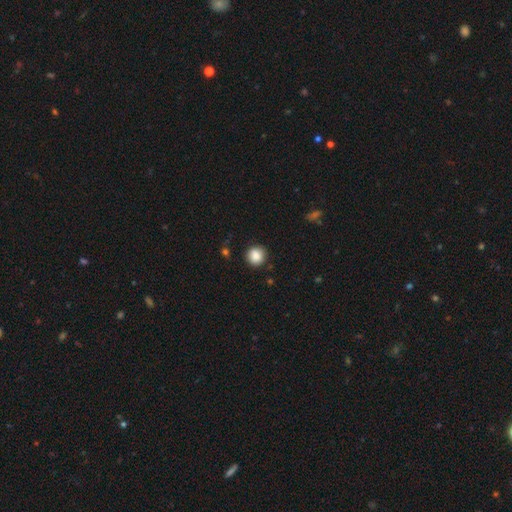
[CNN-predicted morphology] type=smooth (87%); roundness=round (91%); merging=none (87%).